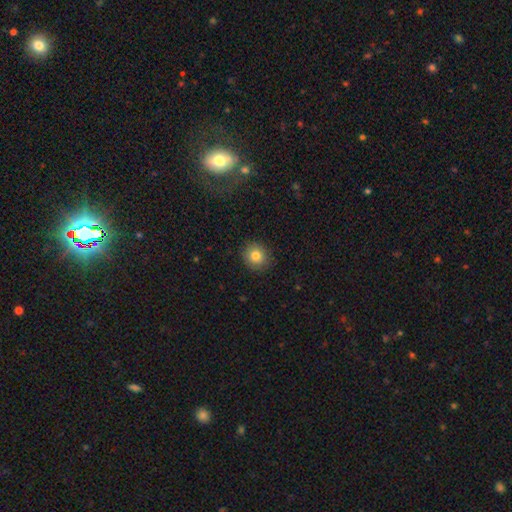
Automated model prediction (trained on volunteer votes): smooth_or_featured: smooth (p=0.81) [alt: star or artifact p=0.10]
how_rounded: round (p=0.85) [alt: in between p=0.14]
merging: none (p=0.89) [alt: minor disturbance p=0.08]